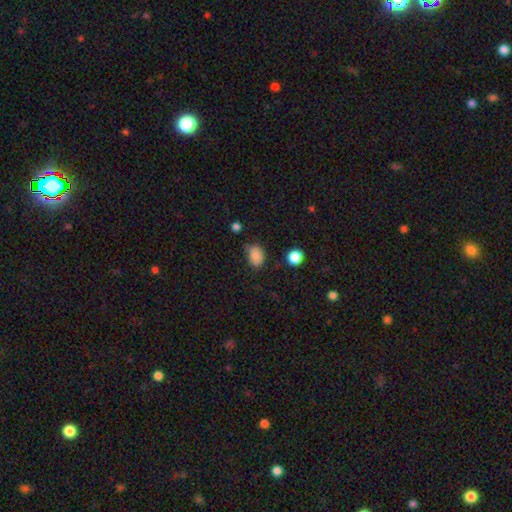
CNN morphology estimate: This is clearly a smooth galaxy (86%). How rounded: likely in between (71%). Merging: likely none (71%).